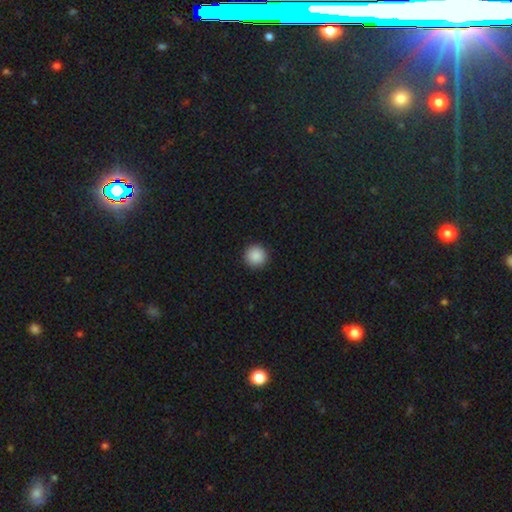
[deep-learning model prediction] Smooth or featured? smooth (89%)
How rounded? round (96%)
Merging? none (93%)